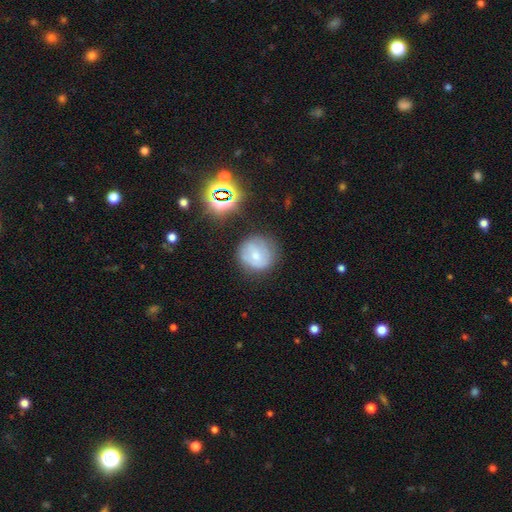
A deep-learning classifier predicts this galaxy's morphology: Q: Smooth or featured?
A: smooth (56%); runner-up: featured or disk (32%)
Q: How rounded?
A: round (89%); runner-up: in between (10%)
Q: Merging?
A: none (68%); runner-up: minor disturbance (21%)